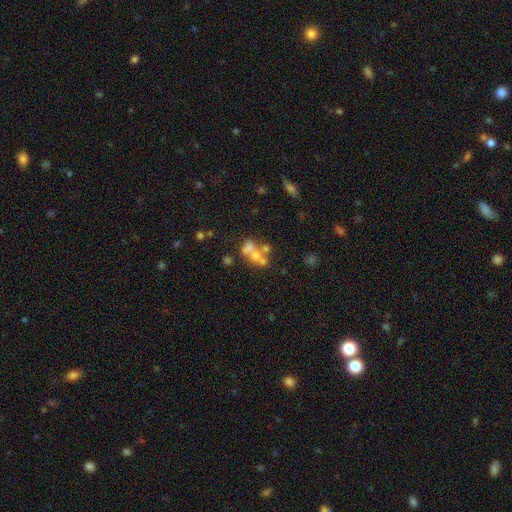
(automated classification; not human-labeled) This appears to be a smooth galaxy with no disk features (44%). Merging: merger (52%).